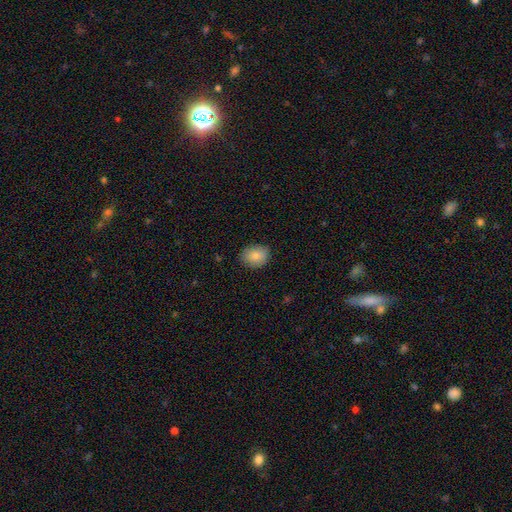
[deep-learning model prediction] smooth-or-featured: smooth: 85% | star or artifact: 8% | featured or disk: 7%
  how-rounded: in between: 54% | round: 45% | cigar-shaped: 1%
  merging: none: 85% | minor disturbance: 12% | major disturbance: 3% | merger: 1%